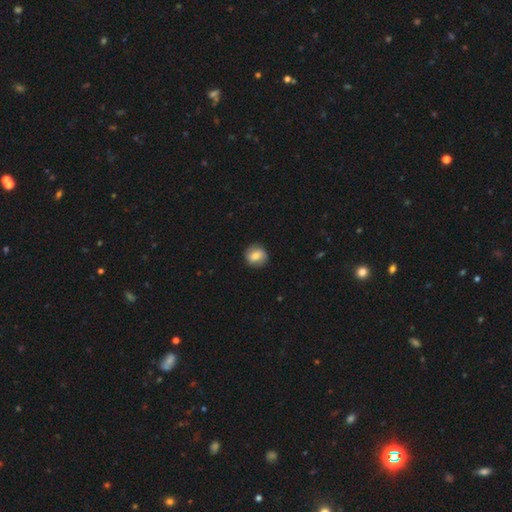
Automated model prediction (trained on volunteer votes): A smooth galaxy with no disk features (68%) that is round (78%).

Vote fractions:
- Smooth or featured? smooth: 68% / featured or disk: 23% / star or artifact: 8%
- How rounded? round: 78% / in between: 20% / cigar-shaped: 1%
- Merging? none: 84% / minor disturbance: 12% / major disturbance: 3% / merger: 1%